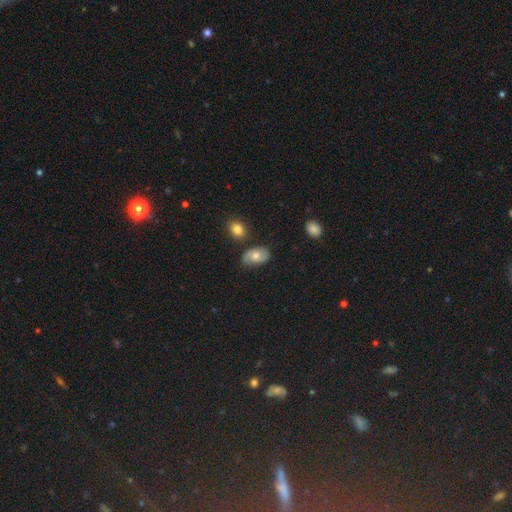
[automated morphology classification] Smooth or featured? Predicted: smooth (p=0.49). Merging? Predicted: none (p=0.68).